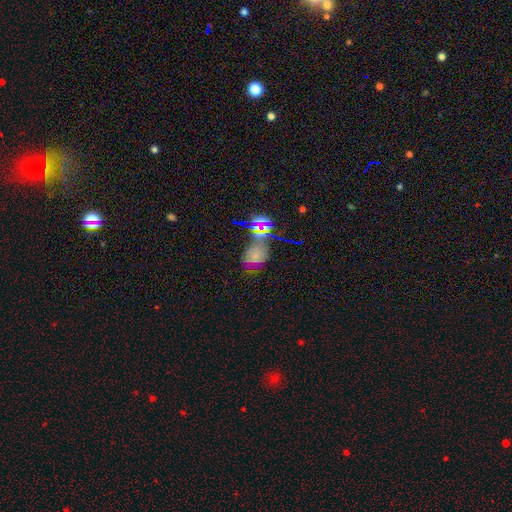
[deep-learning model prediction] Overall: smooth (41%; star or artifact 38%). Merging: none (51%; minor disturbance 24%).